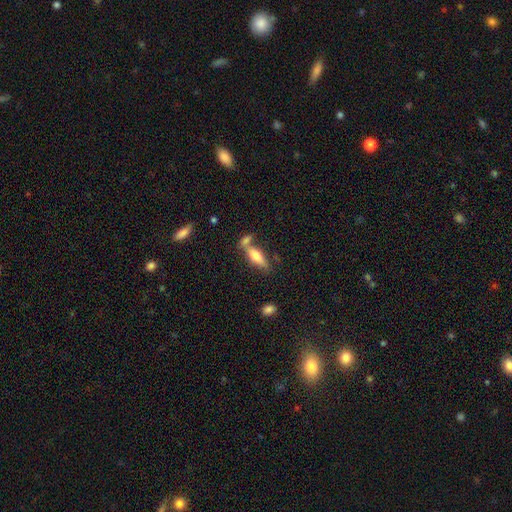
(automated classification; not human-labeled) Morphology: type=smooth (61%); roundness=in between (51%); merging=none (52%).